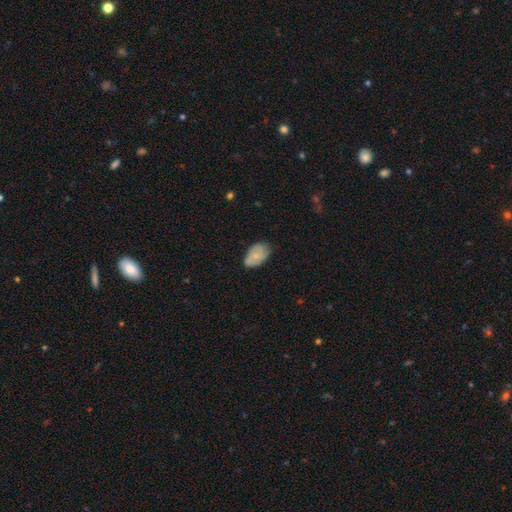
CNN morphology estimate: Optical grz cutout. It shows a smooth galaxy with no disk features (63%) that is in between round and cigar-shaped (91%). Merging: none (65%).